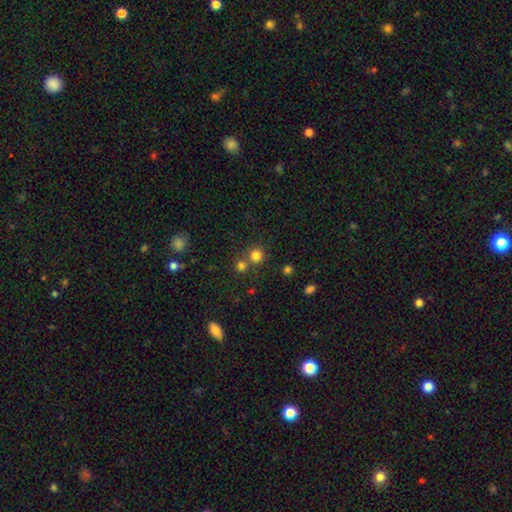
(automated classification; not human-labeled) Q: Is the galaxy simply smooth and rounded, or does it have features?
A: smooth — 78%.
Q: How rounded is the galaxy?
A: round — 92%.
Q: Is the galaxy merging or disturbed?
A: none — 66%.